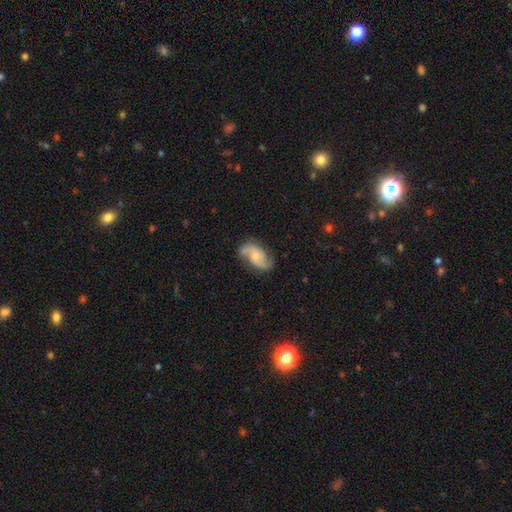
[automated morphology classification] Overall: featured or disk (76%). Edge-on disk: no (97%). Bar: no (61%; weak 33%). Spiral arms: yes (95%). Spiral arm count: 2 (91%). Spiral winding: medium (44%; loose 41%). Bulge size: small (44%; moderate 37%). Merging: none (73%).